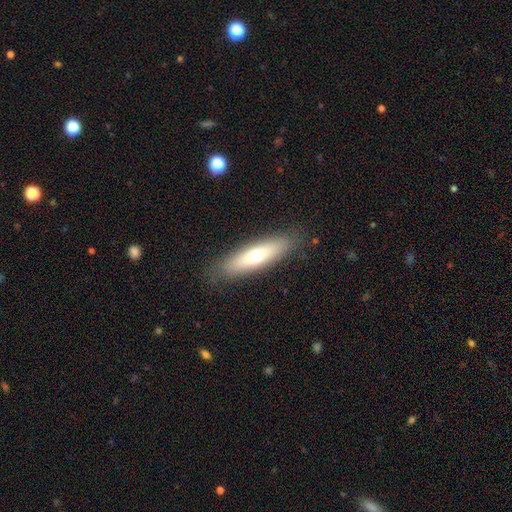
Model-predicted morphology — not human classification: This is likely a smooth galaxy (62%). How rounded: likely cigar-shaped (64%). Merging: clearly none (86%).